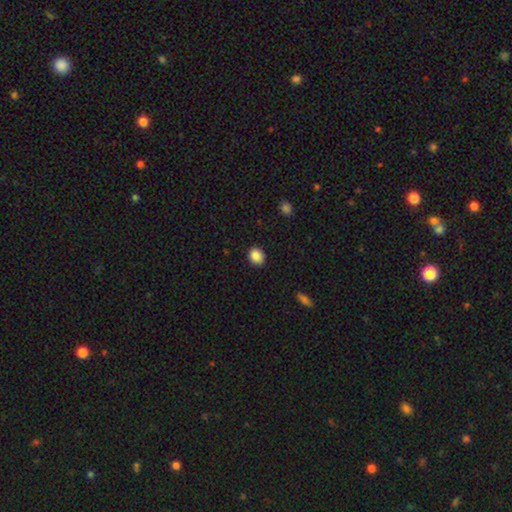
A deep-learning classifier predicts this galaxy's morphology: smooth 87%, star or artifact 9%, featured or disk 4%. Down the decision tree: how rounded — round (76%); merging — none (89%).